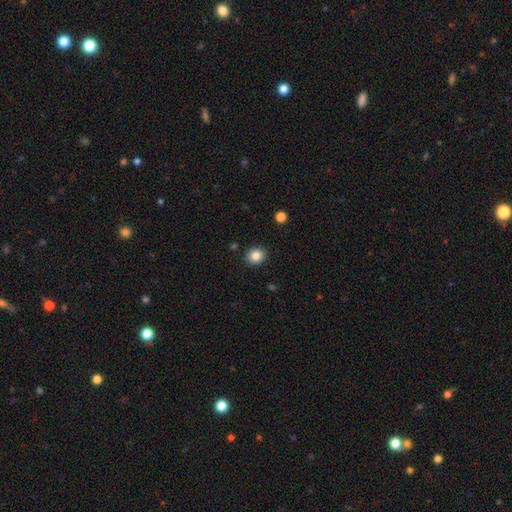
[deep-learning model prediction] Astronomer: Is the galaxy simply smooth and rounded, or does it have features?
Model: smooth — 84%.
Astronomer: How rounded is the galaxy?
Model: round — 80%.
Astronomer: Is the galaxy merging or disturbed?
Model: none — 90%.